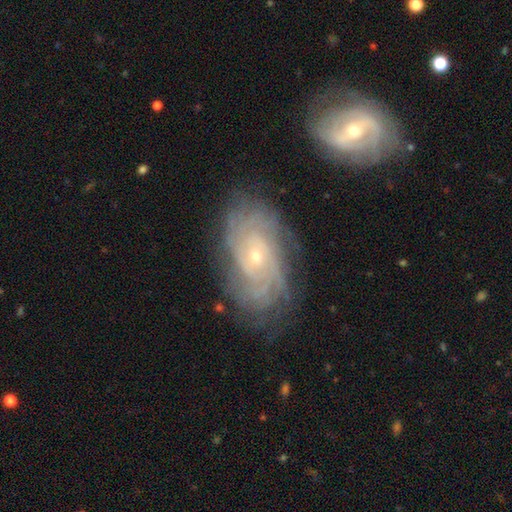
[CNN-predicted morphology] smooth-or-featured: featured or disk: 84% | smooth: 9% | star or artifact: 7%
  disk-edge-on: no: 95% | yes: 5%
    bar: no: 71% | weak: 24% | strong: 5%
    has-spiral-arms: yes: 95% | no: 5%
      spiral-winding: tight: 76% | medium: 20% | loose: 5%
      spiral-arm-count: can't tell: 38% | 4: 18% | 3: 13% | more than 4: 12% | 2: 12% | 1: 6%
    bulge-size: small: 73% | moderate: 24% | large: 1% | none: 1% | dominant: 1%
  merging: none: 76% | minor disturbance: 15% | major disturbance: 5% | merger: 4%